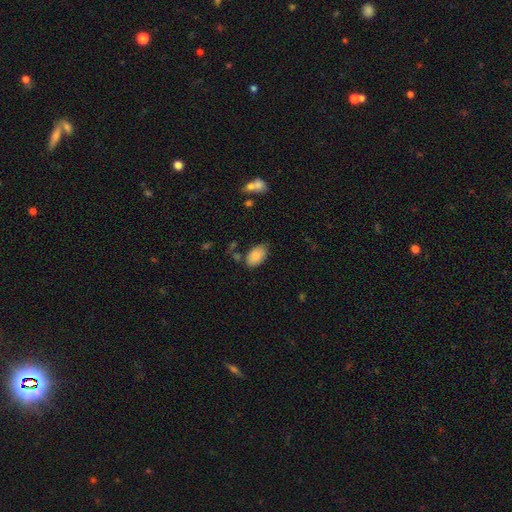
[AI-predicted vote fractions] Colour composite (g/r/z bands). It shows a smooth galaxy with no disk features (85%) that is in between round and cigar-shaped (93%). Merging: none (71%).